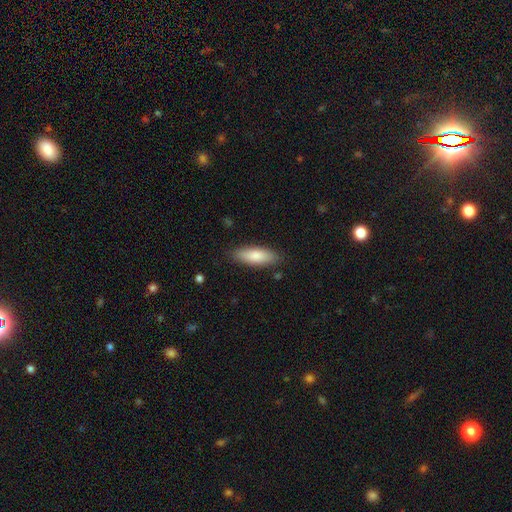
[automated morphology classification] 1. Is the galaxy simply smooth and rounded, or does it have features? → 82% smooth, 13% featured or disk, 6% star or artifact.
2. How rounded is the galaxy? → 56% in between, 42% cigar-shaped, 2% round.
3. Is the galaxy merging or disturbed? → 85% none, 11% minor disturbance, 2% major disturbance, 1% merger.